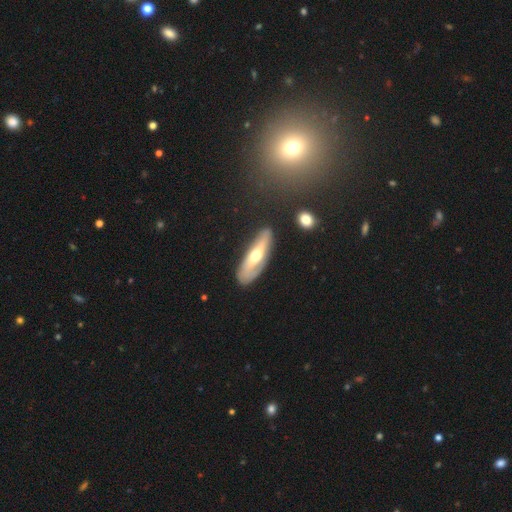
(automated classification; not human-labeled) Overall: featured or disk (58%; smooth 36%). Edge-on disk: no (54%; yes 46%). Merging: none (75%).